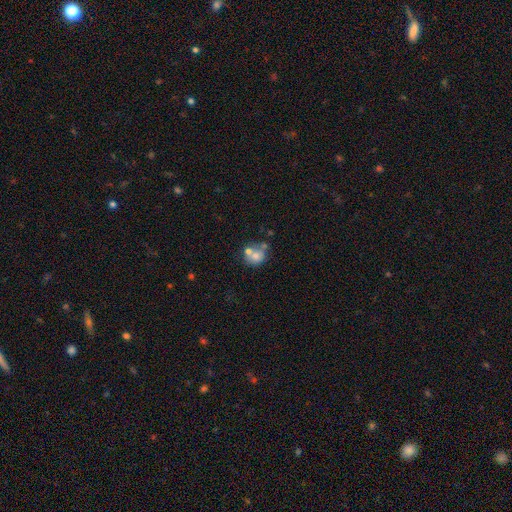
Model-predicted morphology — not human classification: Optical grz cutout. It shows a smooth galaxy with no disk features (65%) that is round (73%). Merging: merger (44%).